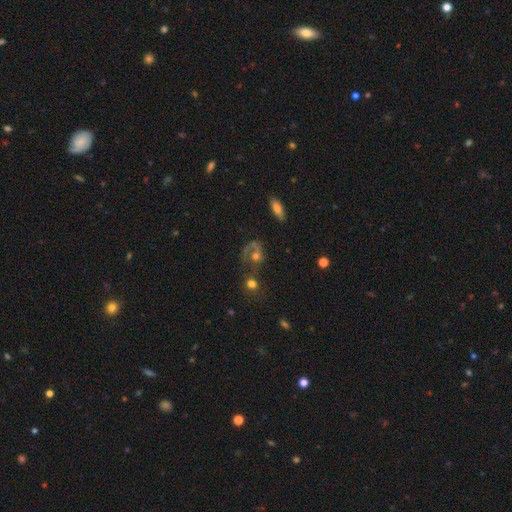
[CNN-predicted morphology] smooth-or-featured: featured or disk: 49% | smooth: 33% | star or artifact: 18%
  merging: none: 32% | major disturbance: 30% | merger: 25% | minor disturbance: 13%